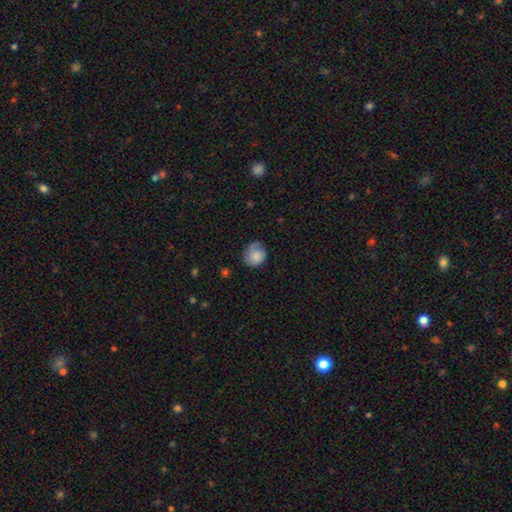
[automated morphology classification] Smooth or featured? smooth (75%)
How rounded? round (72%)
Merging? none (56%)